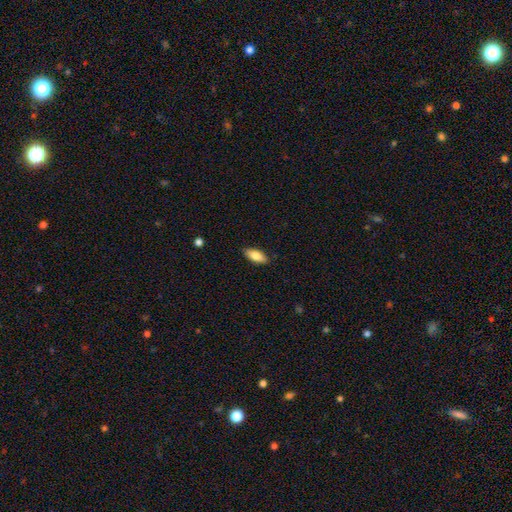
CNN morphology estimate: The model was most divided on "smooth or featured": smooth: 84%, featured or disk: 10%, star or artifact: 6%. More confident: merging — none (87%); how rounded — in between (87%).